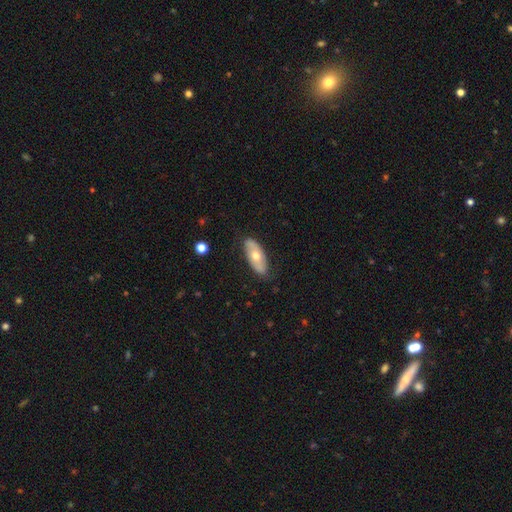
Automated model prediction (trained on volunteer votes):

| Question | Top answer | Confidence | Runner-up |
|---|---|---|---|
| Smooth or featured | smooth | 53% | featured or disk (42%) |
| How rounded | in between | 86% | cigar-shaped (11%) |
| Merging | none | 81% | minor disturbance (15%) |